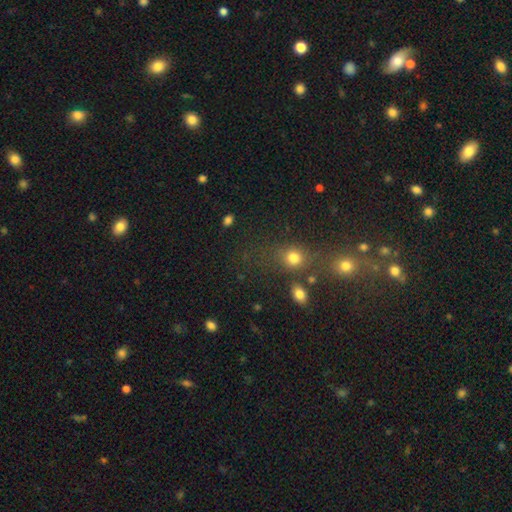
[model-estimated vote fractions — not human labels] Morphology: type=star or artifact (50%).